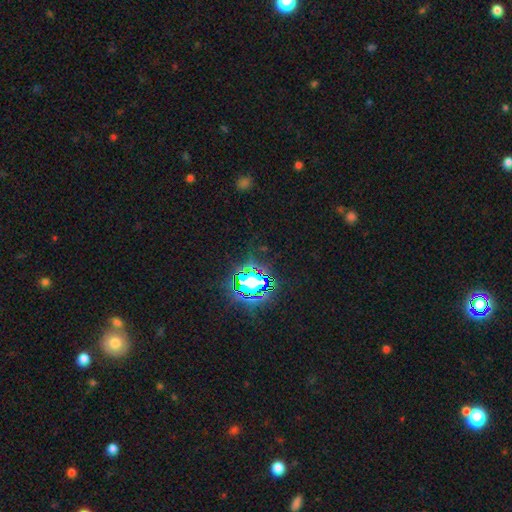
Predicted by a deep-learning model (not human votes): A star or artifact, not a galaxy (79%).